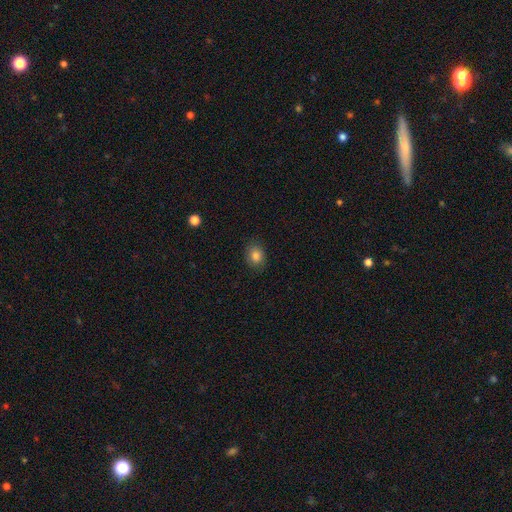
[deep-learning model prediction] Morphology: type=smooth (82%); roundness=round (58%); merging=none (85%).